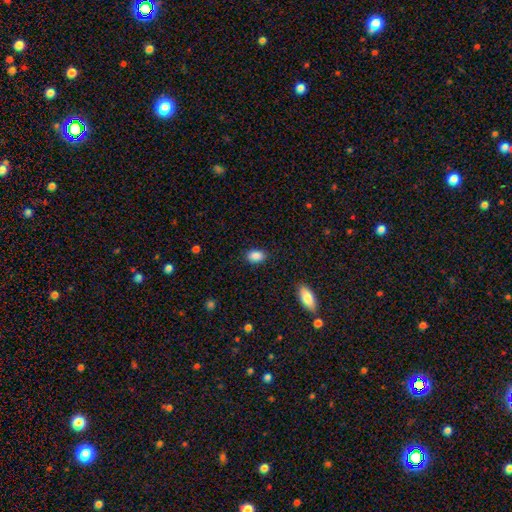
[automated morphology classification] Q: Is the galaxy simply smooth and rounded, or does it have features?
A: smooth — 88%.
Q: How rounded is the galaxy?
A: in between — 83%.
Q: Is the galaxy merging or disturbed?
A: none — 86%.